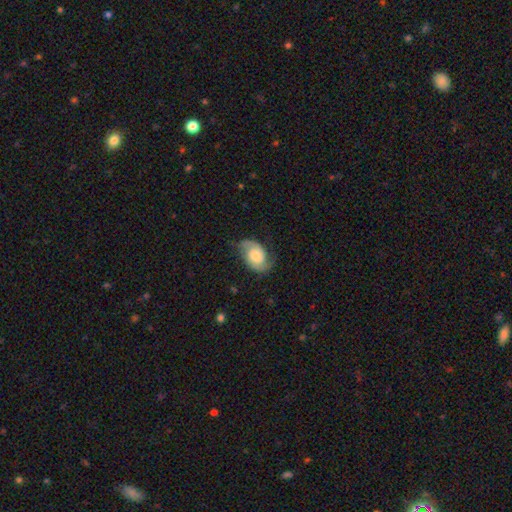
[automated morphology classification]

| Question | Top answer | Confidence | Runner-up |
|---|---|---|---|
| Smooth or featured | featured or disk | 75% | smooth (18%) |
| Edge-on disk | no | 97% | yes (3%) |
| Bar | no | 72% | weak (23%) |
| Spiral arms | yes | 95% | no (5%) |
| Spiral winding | medium | 45% | loose (30%) |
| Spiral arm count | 2 | 90% | can't tell (4%) |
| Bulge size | moderate | 33% | small (29%) |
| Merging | none | 69% | minor disturbance (21%) |